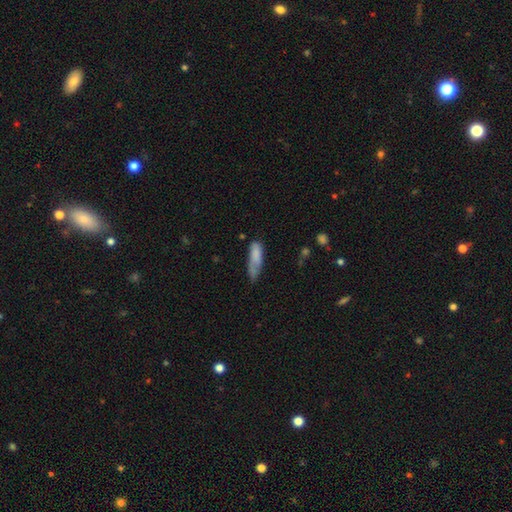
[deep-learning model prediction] A smooth galaxy with no disk features (75%) that is cigar-shaped (55%). Merging: none (41%).